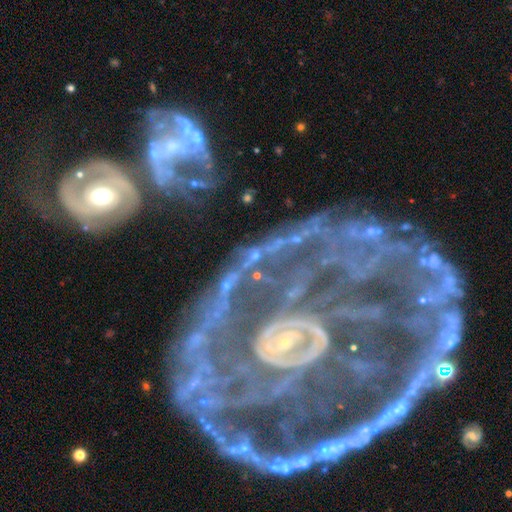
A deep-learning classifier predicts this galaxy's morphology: smooth_or_featured: featured or disk (p=0.79) [alt: smooth p=0.11]
disk_edge_on: no (p=0.96) [alt: yes p=0.04]
bar: no (p=0.60) [alt: weak p=0.23]
has_spiral_arms: yes (p=0.76) [alt: no p=0.24]
spiral_winding: tight (p=0.54) [alt: medium p=0.29]
spiral_arm_count: can't tell (p=0.33) [alt: 2 p=0.27]
bulge_size: small (p=0.52) [alt: moderate p=0.31]
merging: none (p=0.43) [alt: major disturbance p=0.25]